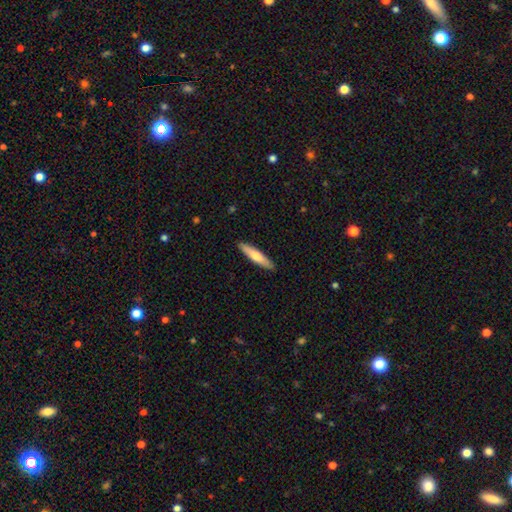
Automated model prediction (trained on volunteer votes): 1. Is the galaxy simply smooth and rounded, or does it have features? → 68% smooth, 27% featured or disk, 5% star or artifact.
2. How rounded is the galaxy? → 85% cigar-shaped, 14% in between, 1% round.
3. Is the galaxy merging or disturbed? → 90% none, 7% minor disturbance, 1% major disturbance, 1% merger.